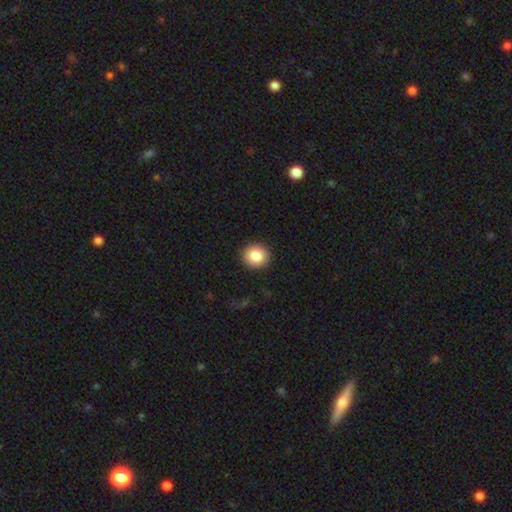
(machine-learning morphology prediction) type=smooth (85%); roundness=round (88%); merging=none (92%).